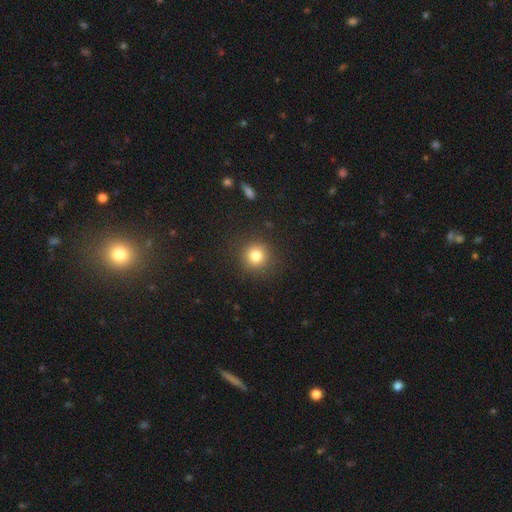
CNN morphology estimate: Overall: smooth (81%). How rounded: round (93%). Merging: none (89%).